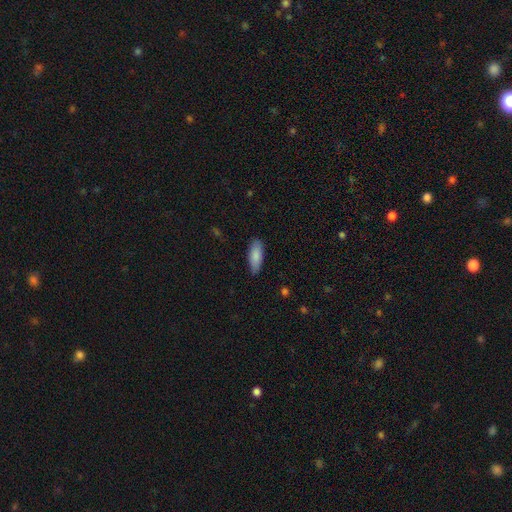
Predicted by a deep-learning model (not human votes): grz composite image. It shows a smooth galaxy with no disk features (86%) that is in between round and cigar-shaped (73%). Merging: none (83%).